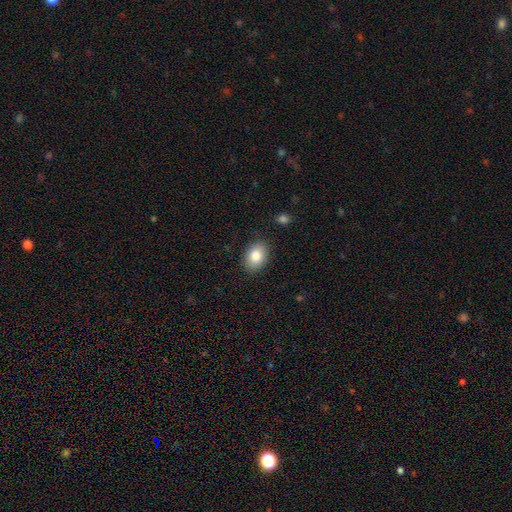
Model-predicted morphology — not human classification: Smooth or featured?
  - smooth: 84% *
  - featured or disk: 9%
  - star or artifact: 7%
How rounded?
  - in between: 76% *
  - round: 23%
  - cigar-shaped: 1%
Merging?
  - none: 87% *
  - minor disturbance: 10%
  - major disturbance: 2%
  - merger: 1%